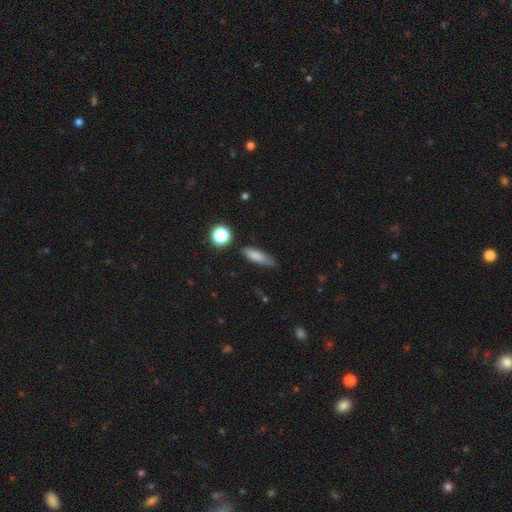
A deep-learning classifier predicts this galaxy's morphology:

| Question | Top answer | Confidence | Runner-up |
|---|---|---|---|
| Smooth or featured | smooth | 79% | star or artifact (11%) |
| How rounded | cigar-shaped | 55% | in between (40%) |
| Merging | none | 65% | minor disturbance (26%) |